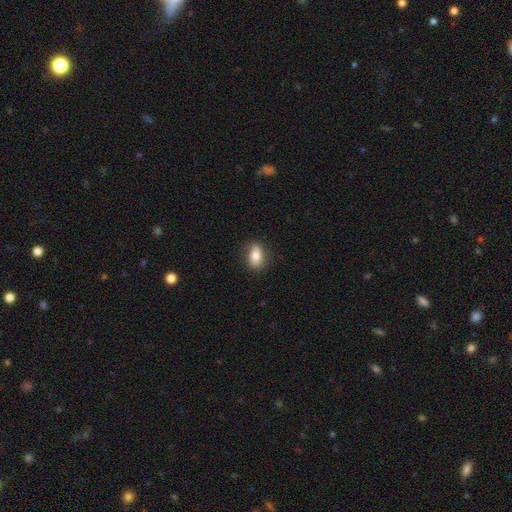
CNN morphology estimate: Smooth or featured? Predicted: smooth (p=0.78). How rounded? Predicted: in between (p=0.83). Merging? Predicted: none (p=0.83).